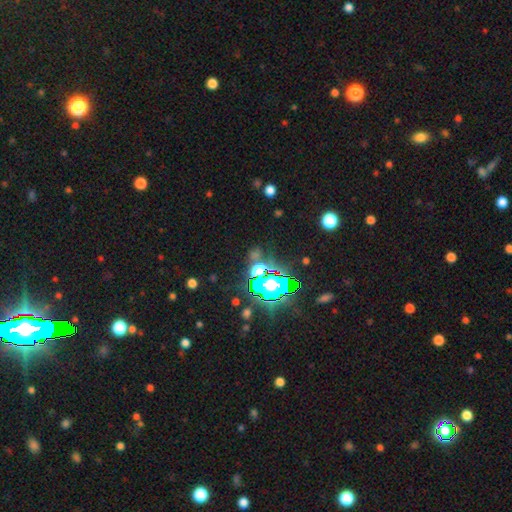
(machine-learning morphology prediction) smooth-or-featured: star or artifact: 67% | smooth: 22% | featured or disk: 11%